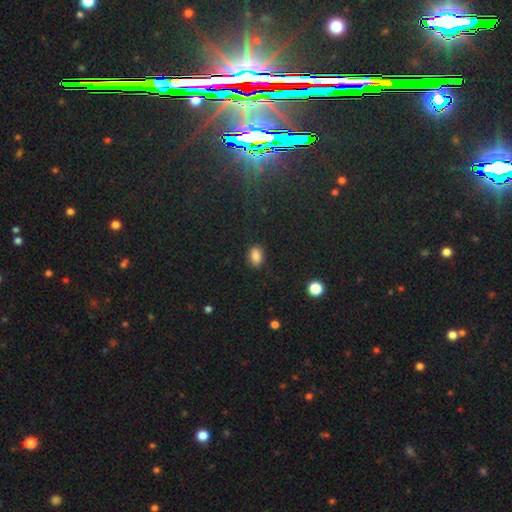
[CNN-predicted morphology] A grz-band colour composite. It shows a smooth galaxy with no disk features (84%) that is in between round and cigar-shaped (83%). Merging: none (84%).